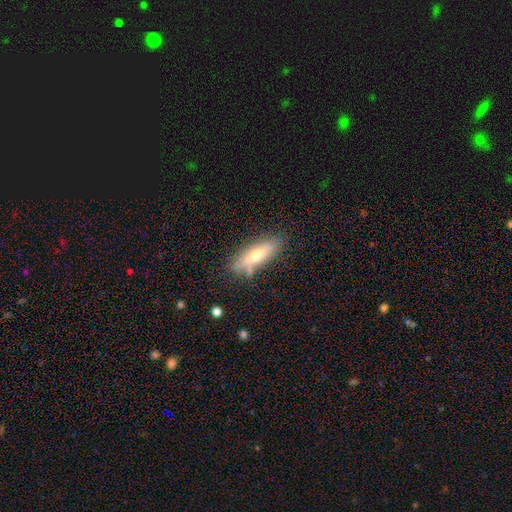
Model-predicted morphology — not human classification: A smooth galaxy with no disk features (59%) that is cigar-shaped (51%). Merging: none (75%).